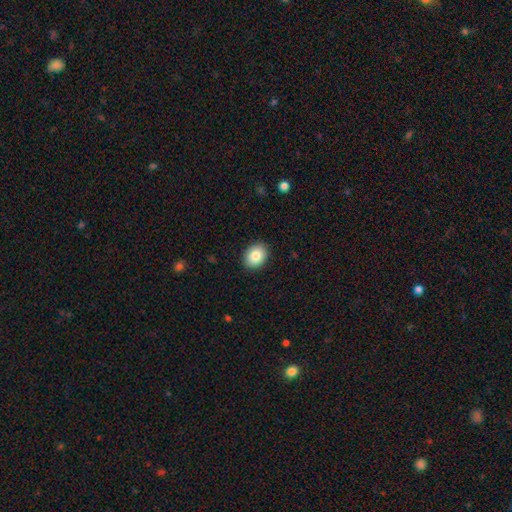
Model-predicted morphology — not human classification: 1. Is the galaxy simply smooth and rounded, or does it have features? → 85% smooth, 8% star or artifact, 7% featured or disk.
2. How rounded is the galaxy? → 58% in between, 42% round, 1% cigar-shaped.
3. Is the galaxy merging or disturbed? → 90% none, 8% minor disturbance, 2% major disturbance, 1% merger.